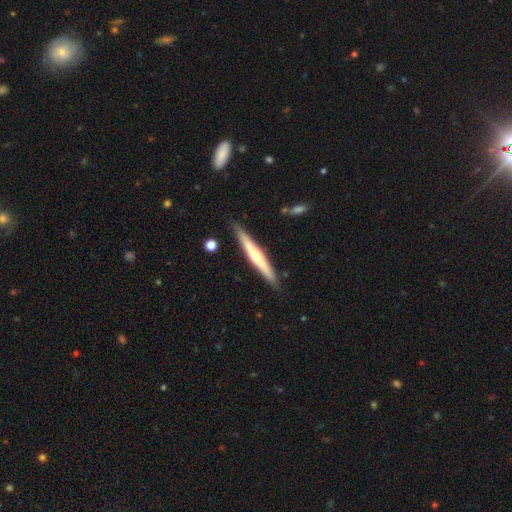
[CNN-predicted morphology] Smooth or featured: featured or disk — 63% (smooth — 31%)
Edge-on disk: yes — 96% (no — 4%)
Edge-on bulge: rounded — 78% (none — 18%)
Merging: none — 88% (minor disturbance — 9%)